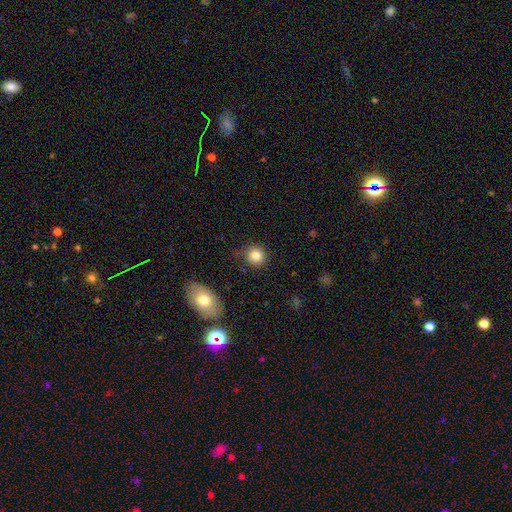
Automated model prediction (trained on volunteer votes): smooth_or_featured: smooth (p=0.83) [alt: star or artifact p=0.11]
how_rounded: round (p=0.90) [alt: in between p=0.09]
merging: none (p=0.82) [alt: minor disturbance p=0.12]